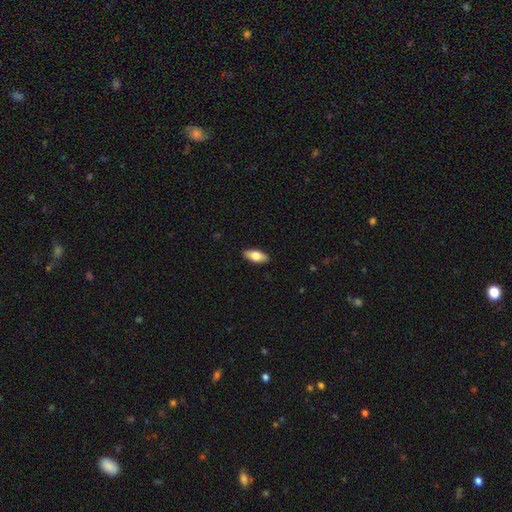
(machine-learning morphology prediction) This is likely a smooth galaxy (75%). How rounded: clearly in between (84%). Merging: clearly none (90%).